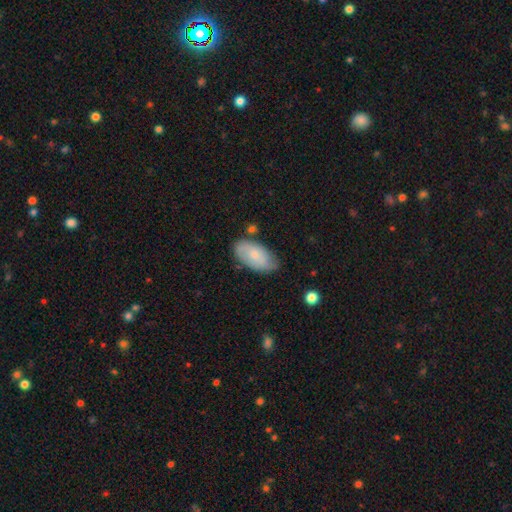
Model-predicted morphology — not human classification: Q: Smooth or featured?
A: smooth (58%); runner-up: featured or disk (36%)
Q: How rounded?
A: in between (94%); runner-up: round (4%)
Q: Merging?
A: none (67%); runner-up: minor disturbance (24%)